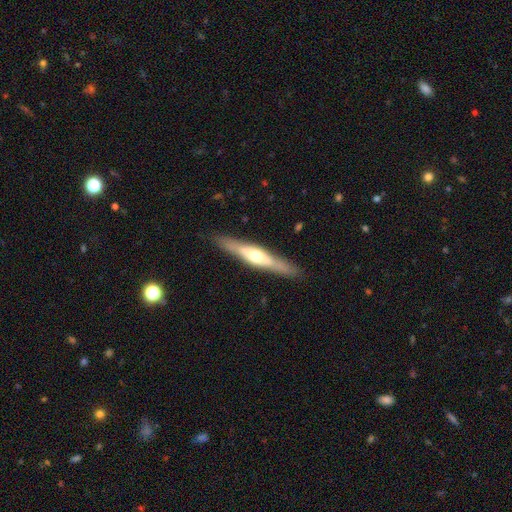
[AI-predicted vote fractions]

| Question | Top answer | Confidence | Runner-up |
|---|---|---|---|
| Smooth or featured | featured or disk | 65% | smooth (30%) |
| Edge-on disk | yes | 93% | no (7%) |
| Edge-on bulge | rounded | 89% | boxy (6%) |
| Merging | none | 88% | minor disturbance (9%) |